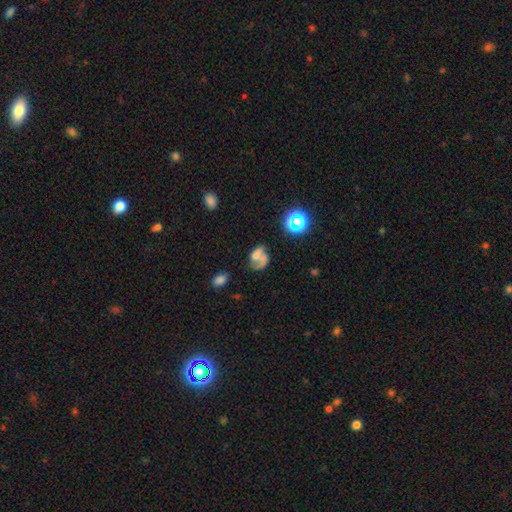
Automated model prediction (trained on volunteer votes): Overall: featured or disk (50%; smooth 35%). Merging: major disturbance (28%, tied with none).